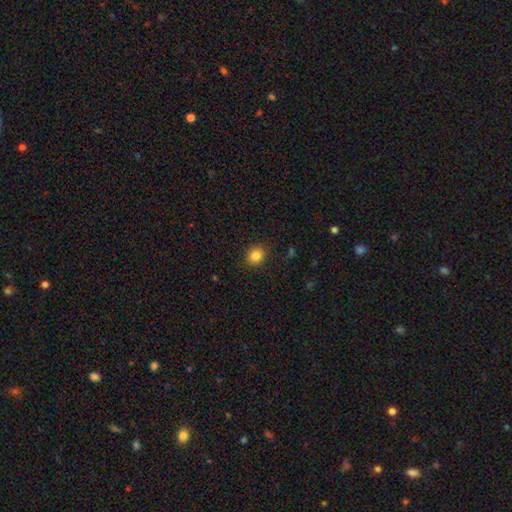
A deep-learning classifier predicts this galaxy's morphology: The model was most divided on "how rounded": round: 72%, in between: 28%, cigar-shaped: 1%. More confident: merging — none (89%); smooth or featured — smooth (84%).